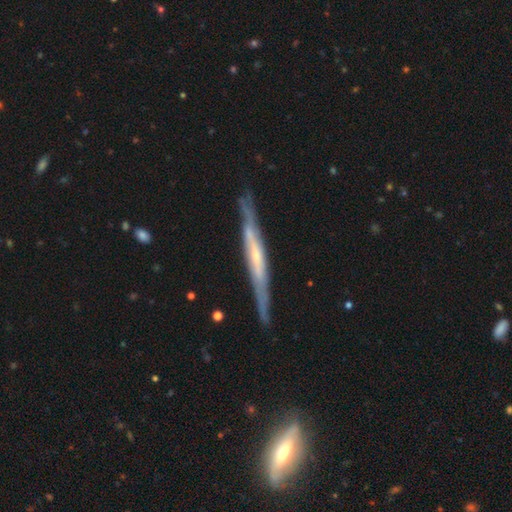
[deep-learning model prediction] featured or disk 73%, smooth 21%, star or artifact 5%. Down the decision tree: edge-on disk — yes (92%); edge-on bulge — none (55%); merging — none (82%).